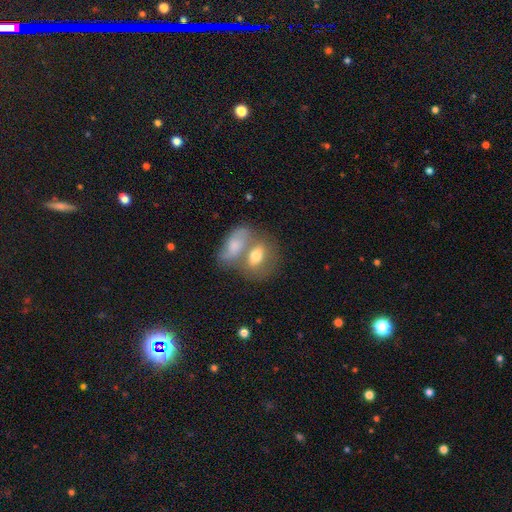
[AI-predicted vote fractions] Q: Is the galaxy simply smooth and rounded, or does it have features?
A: smooth — 59%.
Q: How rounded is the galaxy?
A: in between — 71%.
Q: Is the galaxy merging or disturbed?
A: merger — 53%.